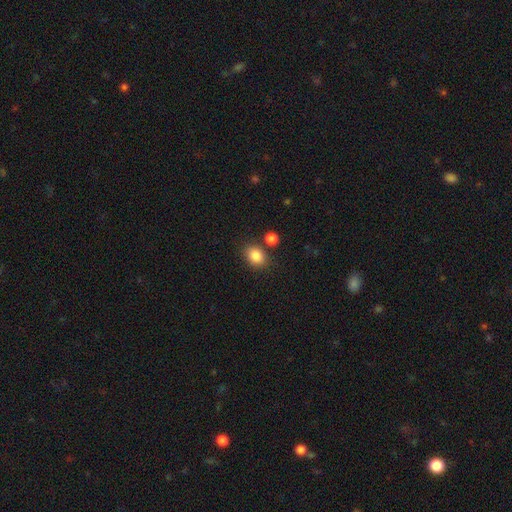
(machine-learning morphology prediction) This is clearly a smooth galaxy (85%). How rounded: possibly in between (54%). Merging: likely none (76%).